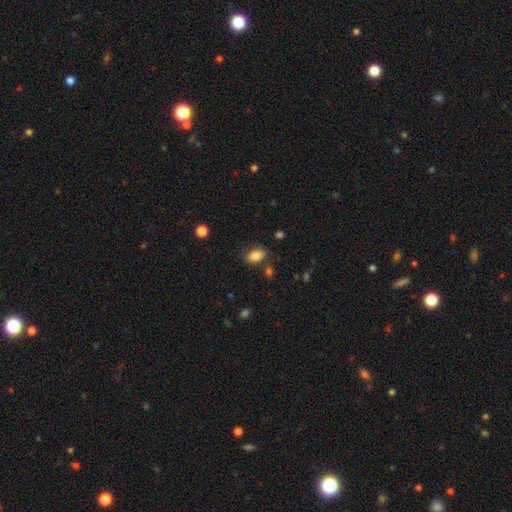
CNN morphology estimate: The model was most divided on "merging": none: 76%, minor disturbance: 14%, merger: 5%, major disturbance: 4%. More confident: how rounded — in between (89%); smooth or featured — smooth (84%).